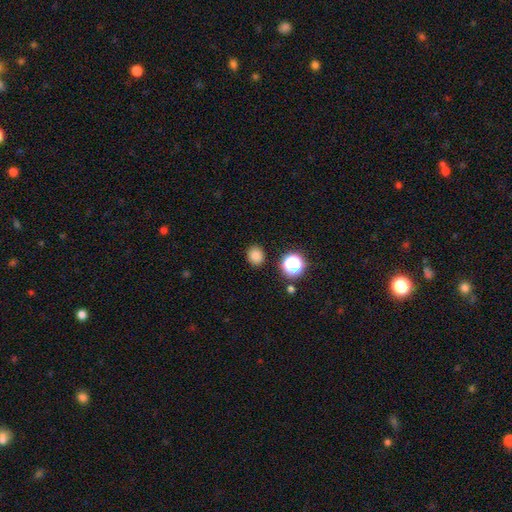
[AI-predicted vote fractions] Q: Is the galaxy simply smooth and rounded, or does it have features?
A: smooth — 82%.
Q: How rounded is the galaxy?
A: round — 75%.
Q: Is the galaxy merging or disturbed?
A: none — 89%.